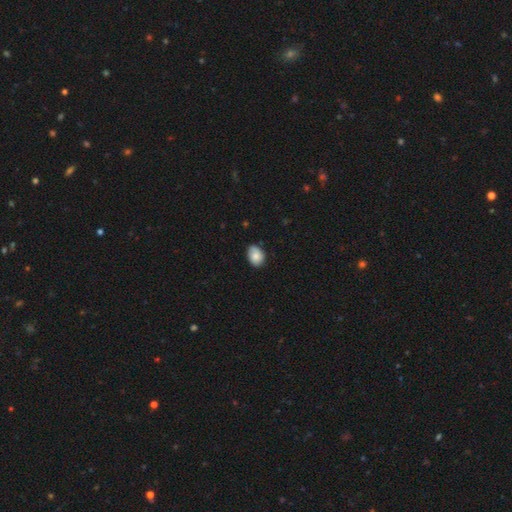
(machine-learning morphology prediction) smooth_or_featured: smooth (p=0.77) [alt: featured or disk p=0.15]
how_rounded: in between (p=0.72) [alt: round p=0.27]
merging: none (p=0.72) [alt: minor disturbance p=0.23]